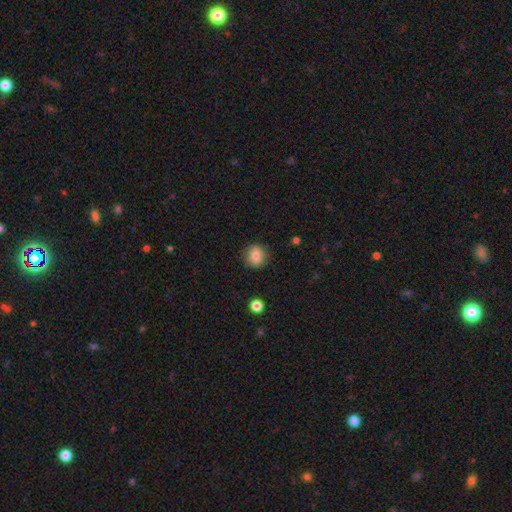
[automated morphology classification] Overall: smooth (81%). How rounded: round (85%). Merging: none (89%).